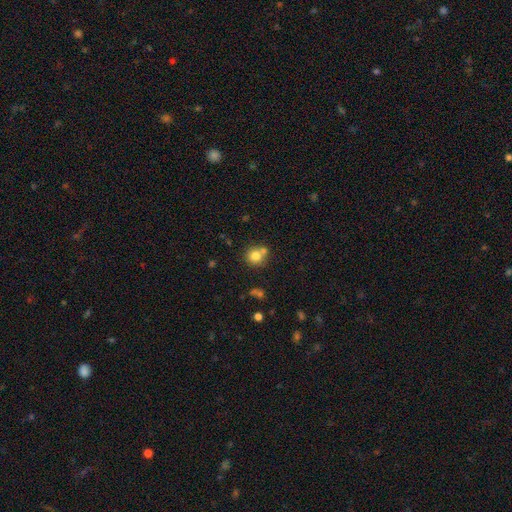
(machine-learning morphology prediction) type=smooth (79%); roundness=round (88%); merging=none (59%).